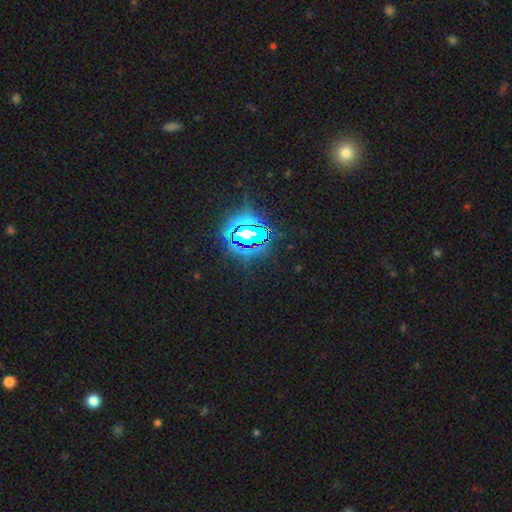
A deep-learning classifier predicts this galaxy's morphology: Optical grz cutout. It shows a star or artifact, not a galaxy (82%).